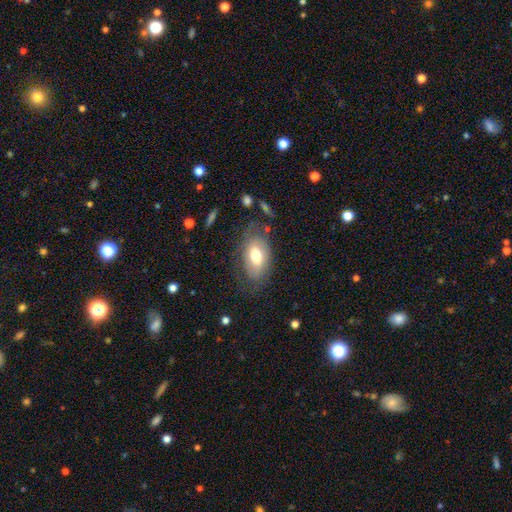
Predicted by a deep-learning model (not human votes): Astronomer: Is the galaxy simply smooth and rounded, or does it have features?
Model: smooth — 63%.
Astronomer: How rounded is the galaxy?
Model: in between — 91%.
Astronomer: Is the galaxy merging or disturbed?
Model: none — 66%.